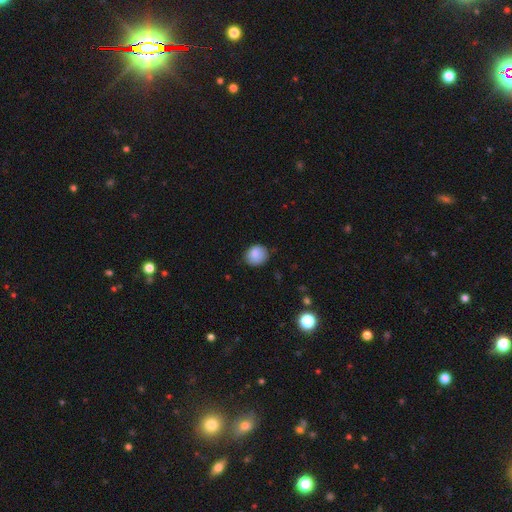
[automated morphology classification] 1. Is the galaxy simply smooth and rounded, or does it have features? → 84% smooth, 8% star or artifact, 8% featured or disk.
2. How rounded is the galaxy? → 75% round, 24% in between, 1% cigar-shaped.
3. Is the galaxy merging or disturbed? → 77% none, 19% minor disturbance, 3% major disturbance, 1% merger.